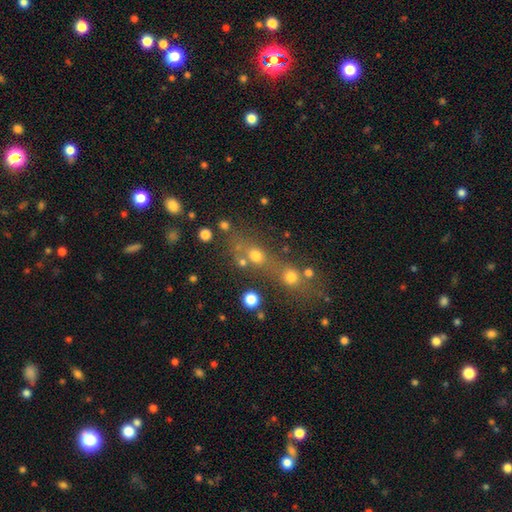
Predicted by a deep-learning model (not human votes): A smooth galaxy with no disk features (56%) that is round (63%). Merging: merger (47%).